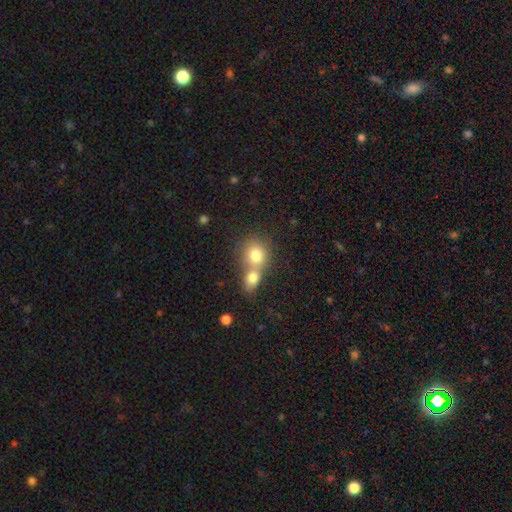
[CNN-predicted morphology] A smooth galaxy with no disk features (78%) that is round (73%).

Vote fractions:
- Smooth or featured? smooth: 78% / featured or disk: 12% / star or artifact: 10%
- How rounded? round: 73% / in between: 26% / cigar-shaped: 1%
- Merging? merger: 59% / none: 31% / minor disturbance: 7% / major disturbance: 3%